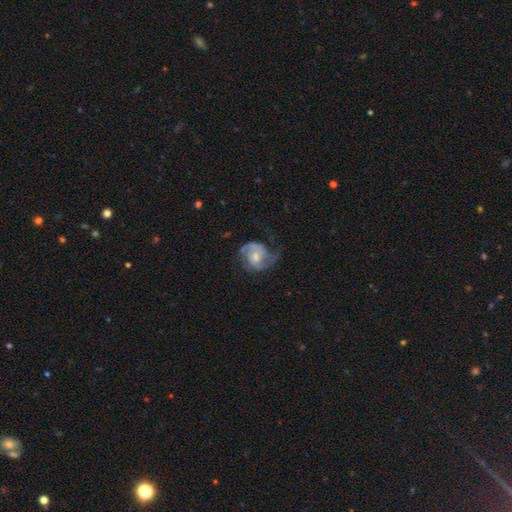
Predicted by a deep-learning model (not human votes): Q: Smooth or featured?
A: featured or disk (74%); runner-up: smooth (19%)
Q: Edge-on disk?
A: no (98%); runner-up: yes (2%)
Q: Bar?
A: no (64%); runner-up: weak (31%)
Q: Spiral arms?
A: yes (91%); runner-up: no (9%)
Q: Spiral winding?
A: medium (47%); runner-up: tight (29%)
Q: Spiral arm count?
A: 2 (71%); runner-up: can't tell (12%)
Q: Bulge size?
A: moderate (49%); runner-up: small (40%)
Q: Merging?
A: none (54%); runner-up: minor disturbance (24%)